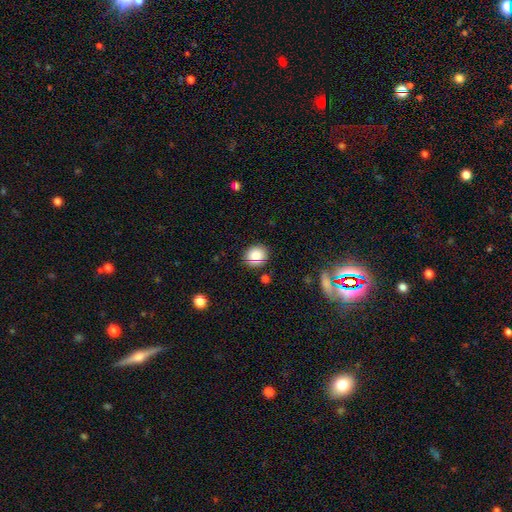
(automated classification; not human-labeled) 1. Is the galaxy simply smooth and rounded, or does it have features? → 81% smooth, 13% star or artifact, 6% featured or disk.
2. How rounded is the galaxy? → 74% round, 25% in between, 1% cigar-shaped.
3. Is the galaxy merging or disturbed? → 82% none, 12% minor disturbance, 3% merger, 3% major disturbance.